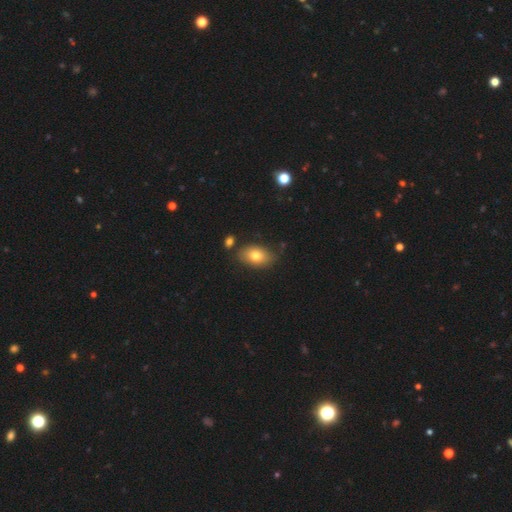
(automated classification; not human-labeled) Smooth or featured: smooth — 78% (featured or disk — 13%)
How rounded: in between — 88% (round — 11%)
Merging: none — 77% (minor disturbance — 14%)